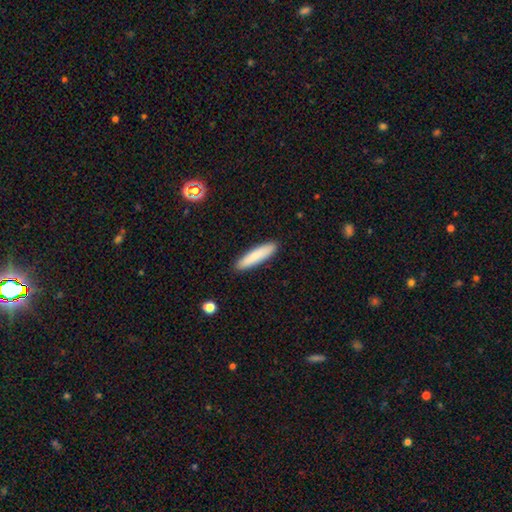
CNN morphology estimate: Smooth or featured: smooth — 83% (featured or disk — 12%)
How rounded: cigar-shaped — 81% (in between — 18%)
Merging: none — 91% (minor disturbance — 7%)